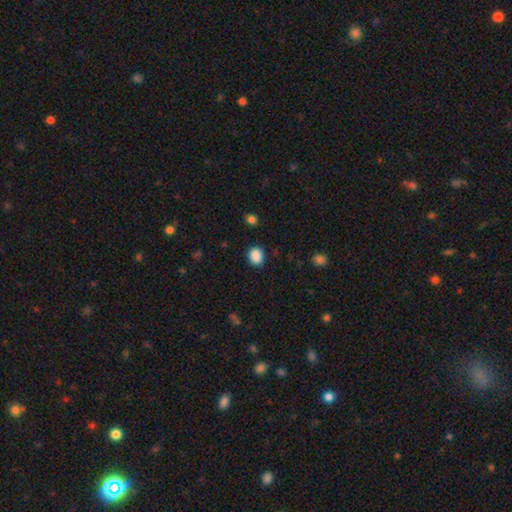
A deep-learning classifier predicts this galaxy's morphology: type=smooth (87%); roundness=round (54%); merging=none (81%).